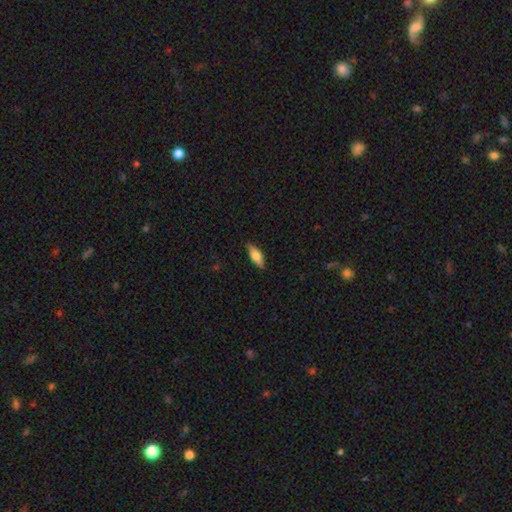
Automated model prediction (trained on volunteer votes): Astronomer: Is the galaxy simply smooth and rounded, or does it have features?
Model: smooth — 69%.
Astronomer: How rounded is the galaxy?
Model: in between — 61% (runner-up: cigar-shaped, 37%).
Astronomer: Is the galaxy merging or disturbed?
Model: none — 86%.